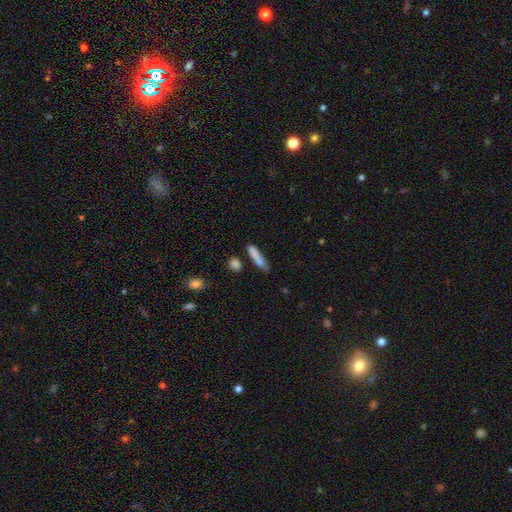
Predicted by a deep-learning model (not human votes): This appears to be a smooth galaxy with no disk features (80%) that is cigar-shaped (84%). Merging: none (64%).